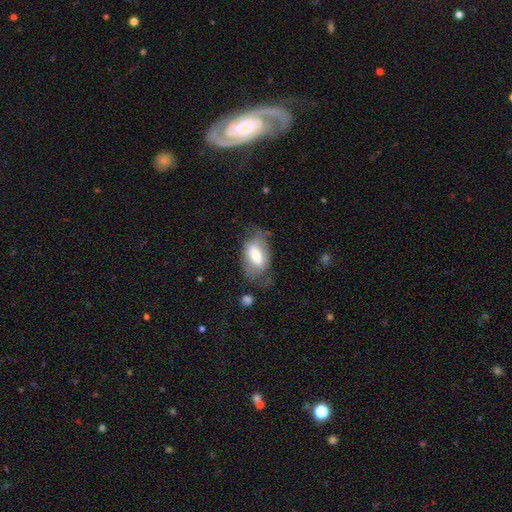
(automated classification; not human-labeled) This appears to be a smooth galaxy with no disk features (57%) that is in between round and cigar-shaped (89%). Merging: none (56%).